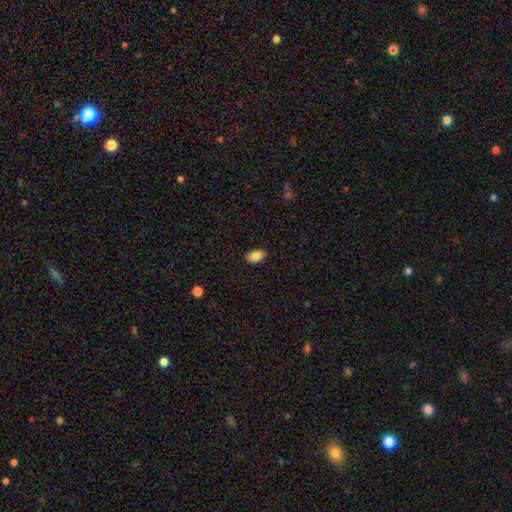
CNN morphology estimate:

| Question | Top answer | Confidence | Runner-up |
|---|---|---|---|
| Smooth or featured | smooth | 87% | star or artifact (8%) |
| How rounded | in between | 93% | round (5%) |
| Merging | none | 88% | minor disturbance (9%) |